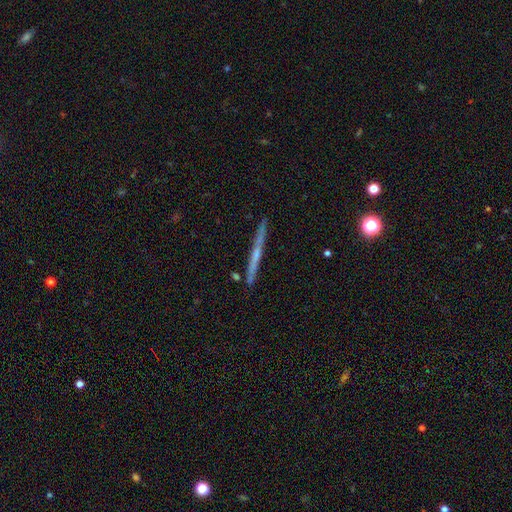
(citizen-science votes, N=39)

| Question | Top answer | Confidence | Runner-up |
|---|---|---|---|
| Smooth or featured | featured or disk | 62% | smooth (33%) |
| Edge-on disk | yes | 100% | — |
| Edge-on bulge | none | 71% | rounded (17%) |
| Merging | none | 84% | minor disturbance (11%) |